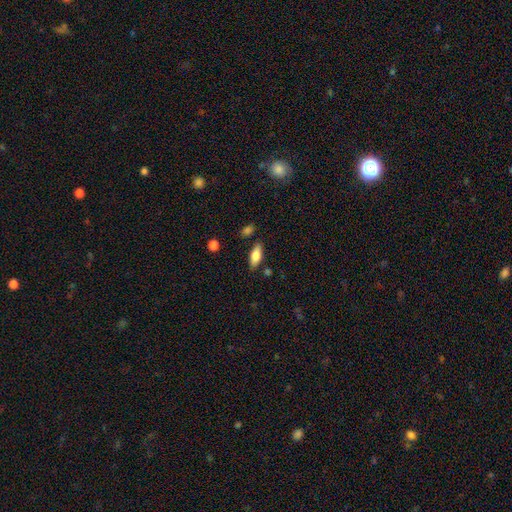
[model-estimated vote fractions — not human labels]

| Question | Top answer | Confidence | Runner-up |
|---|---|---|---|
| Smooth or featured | smooth | 72% | featured or disk (21%) |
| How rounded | in between | 77% | cigar-shaped (20%) |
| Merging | none | 82% | minor disturbance (12%) |